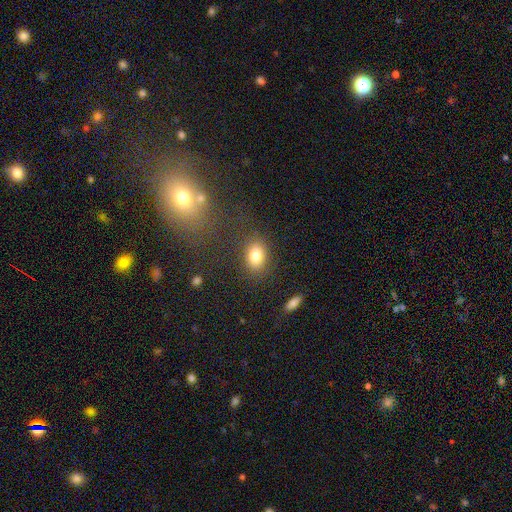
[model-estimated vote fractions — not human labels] Smooth or featured? Predicted: smooth (p=0.82). How rounded? Predicted: in between (p=0.72). Merging? Predicted: none (p=0.82).